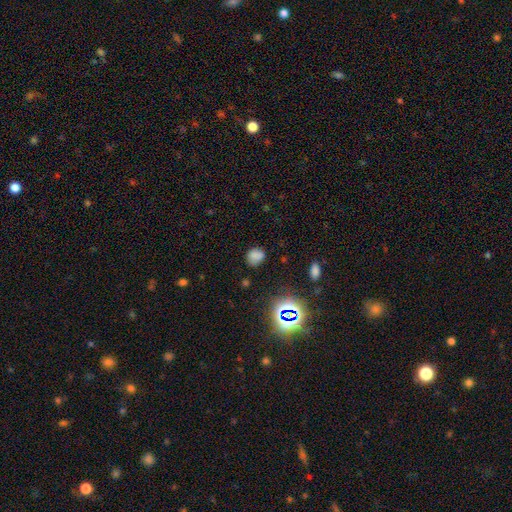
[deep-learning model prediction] smooth 71%, star or artifact 21%, featured or disk 8%. Down the decision tree: how rounded — round (61%); merging — none (71%).